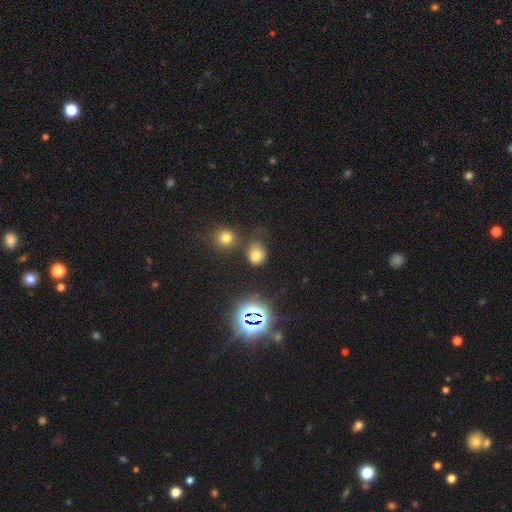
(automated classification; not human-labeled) A smooth galaxy with no disk features (67%) that is round (66%).

Vote fractions:
- Smooth or featured? smooth: 67% / star or artifact: 24% / featured or disk: 9%
- How rounded? round: 66% / in between: 33% / cigar-shaped: 1%
- Merging? none: 62% / minor disturbance: 19% / merger: 10% / major disturbance: 8%